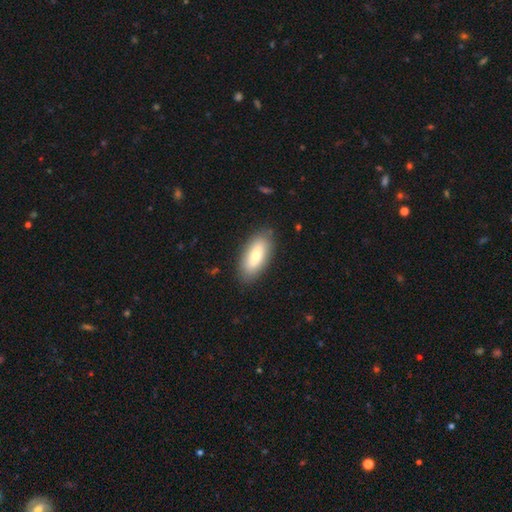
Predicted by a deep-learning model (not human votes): A smooth galaxy with no disk features (70%) that is in between round and cigar-shaped (87%). Merging: none (85%).